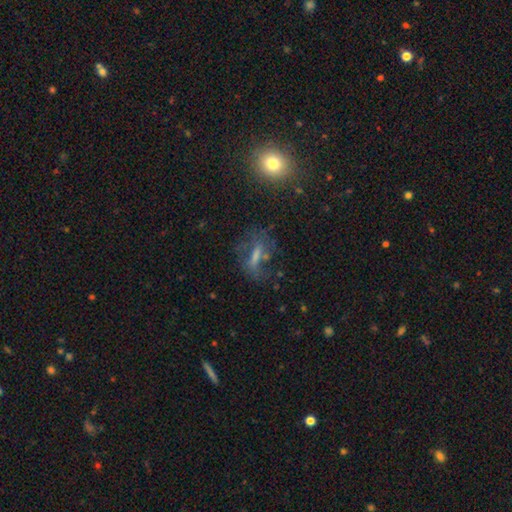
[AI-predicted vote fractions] A featured or disk galaxy (44%). Merging: none (54%).